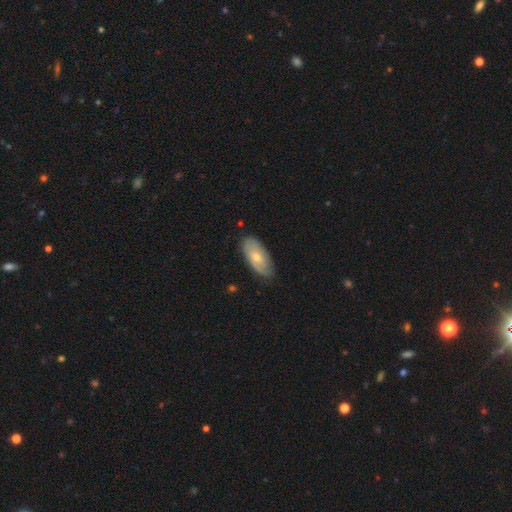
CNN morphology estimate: A smooth galaxy with no disk features (51%) that is in between round and cigar-shaped (86%). Merging: none (81%).